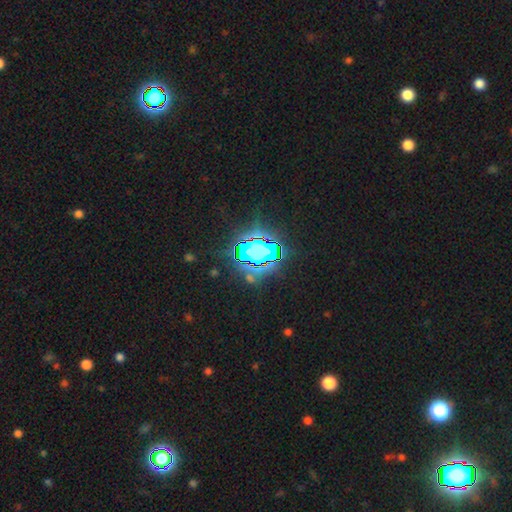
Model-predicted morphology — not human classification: This is likely a star or artifact rather than a galaxy (79%).